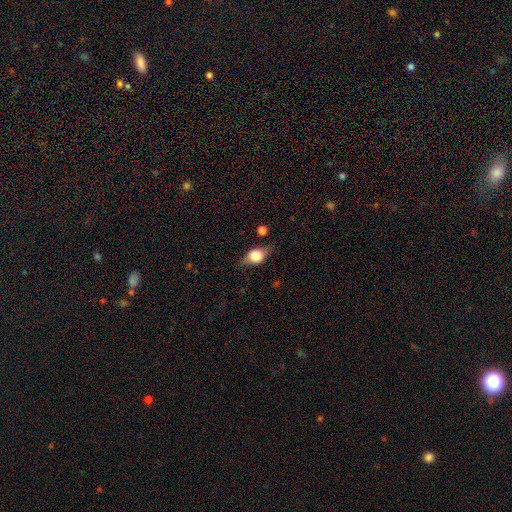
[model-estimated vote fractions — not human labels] Smooth or featured? smooth (46%, tied with featured or disk)
Merging? none (74%)